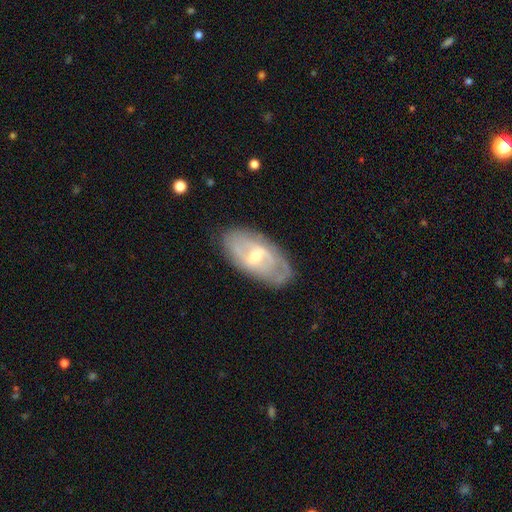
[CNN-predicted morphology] Q: Smooth or featured?
A: featured or disk (69%); runner-up: smooth (25%)
Q: Edge-on disk?
A: no (91%); runner-up: yes (9%)
Q: Bar?
A: weak (52%); runner-up: no (26%)
Q: Spiral arms?
A: yes (70%); runner-up: no (30%)
Q: Bulge size?
A: moderate (52%); runner-up: small (43%)
Q: Merging?
A: none (76%); runner-up: minor disturbance (17%)